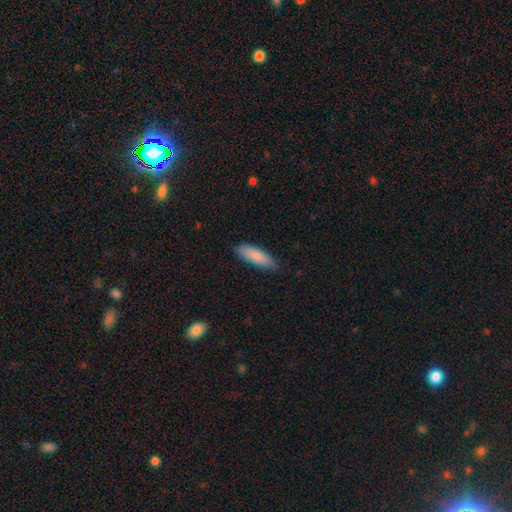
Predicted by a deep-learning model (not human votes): smooth 85%, featured or disk 10%, star or artifact 5%. Down the decision tree: how rounded — cigar-shaped (55%); merging — none (83%).